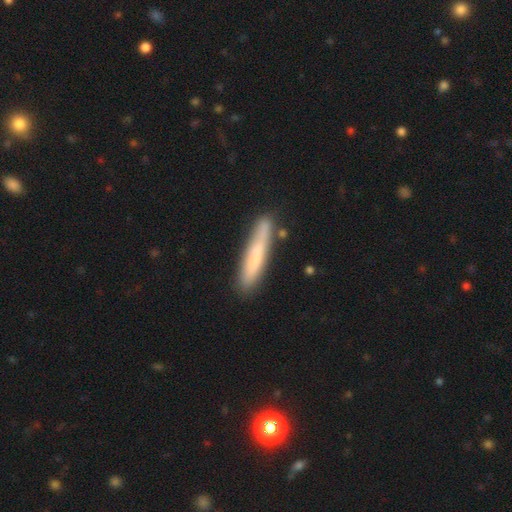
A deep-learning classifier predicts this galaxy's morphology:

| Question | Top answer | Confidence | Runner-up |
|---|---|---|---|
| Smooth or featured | smooth | 70% | featured or disk (24%) |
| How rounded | cigar-shaped | 93% | in between (6%) |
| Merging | none | 79% | minor disturbance (13%) |